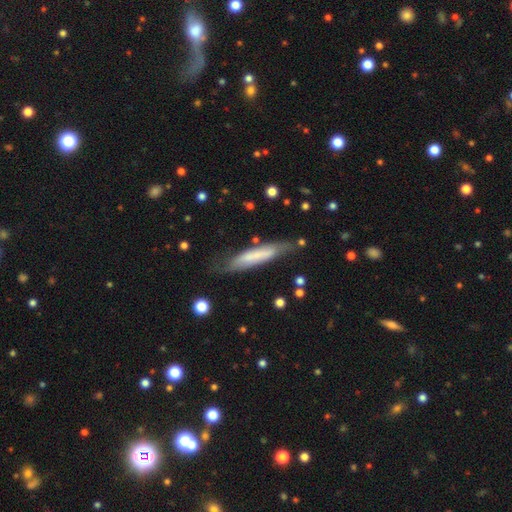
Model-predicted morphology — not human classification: Overall: smooth (59%; featured or disk 35%). How rounded: cigar-shaped (85%). Merging: none (71%).